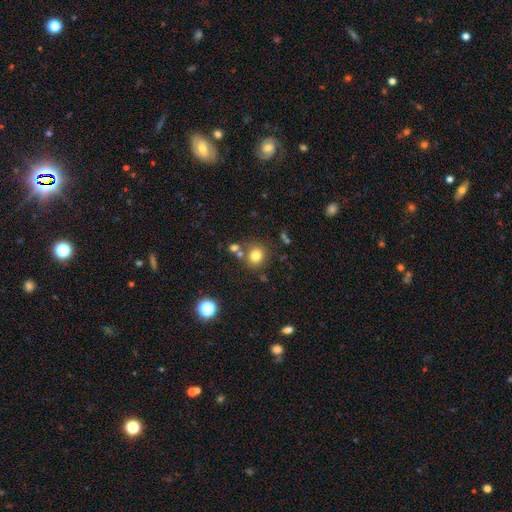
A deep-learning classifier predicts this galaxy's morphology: Smooth or featured?
  - smooth: 77% *
  - star or artifact: 14%
  - featured or disk: 9%
How rounded?
  - round: 85% *
  - in between: 14%
  - cigar-shaped: 1%
Merging?
  - none: 73% *
  - merger: 13%
  - minor disturbance: 10%
  - major disturbance: 4%